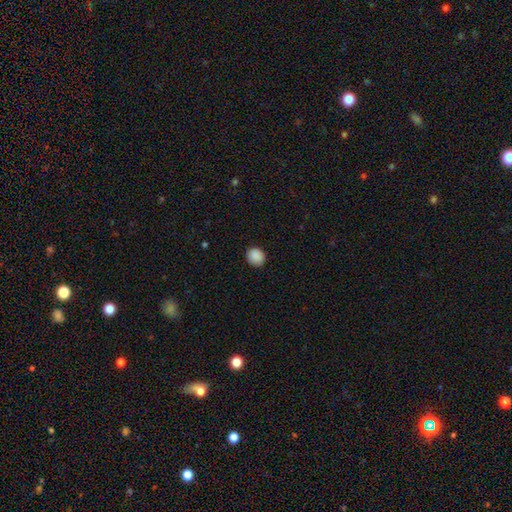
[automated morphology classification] Smooth or featured? smooth (89%)
How rounded? round (75%)
Merging? none (89%)